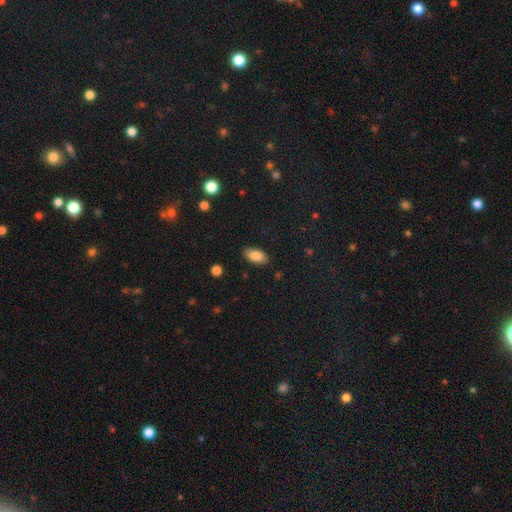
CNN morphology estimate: Q: Smooth or featured?
A: smooth (85%); runner-up: featured or disk (7%)
Q: How rounded?
A: in between (92%); runner-up: cigar-shaped (5%)
Q: Merging?
A: none (86%); runner-up: minor disturbance (10%)